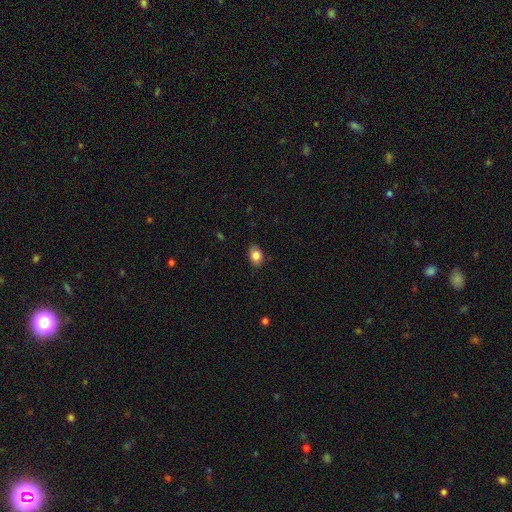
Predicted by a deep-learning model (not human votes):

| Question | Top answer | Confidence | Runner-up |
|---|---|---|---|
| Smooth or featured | smooth | 84% | star or artifact (9%) |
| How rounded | in between | 74% | round (24%) |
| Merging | none | 84% | minor disturbance (13%) |